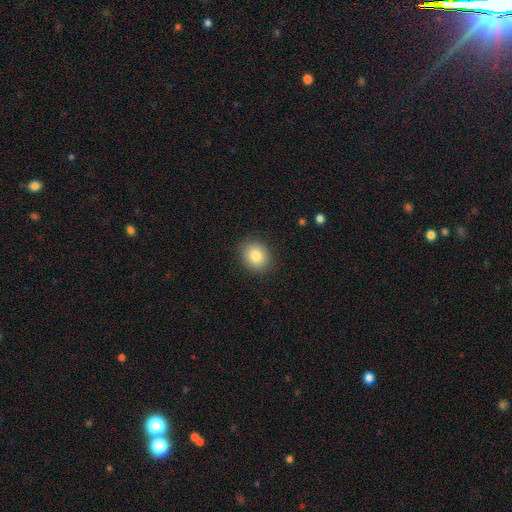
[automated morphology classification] Q: Smooth or featured?
A: smooth (83%); runner-up: star or artifact (9%)
Q: How rounded?
A: round (67%); runner-up: in between (32%)
Q: Merging?
A: none (89%); runner-up: minor disturbance (8%)